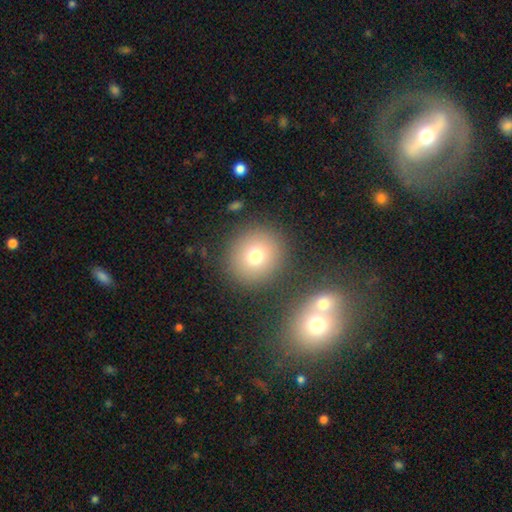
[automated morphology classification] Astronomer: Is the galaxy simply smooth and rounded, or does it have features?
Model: smooth — 74%.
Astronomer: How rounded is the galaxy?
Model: round — 90%.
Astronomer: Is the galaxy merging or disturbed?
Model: none — 83%.